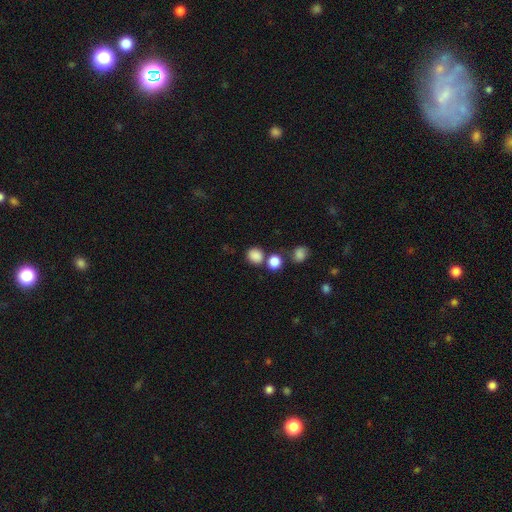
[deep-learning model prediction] smooth-or-featured: smooth: 85% | star or artifact: 11% | featured or disk: 4%
  how-rounded: round: 78% | in between: 21% | cigar-shaped: 1%
  merging: none: 67% | merger: 18% | minor disturbance: 10% | major disturbance: 4%